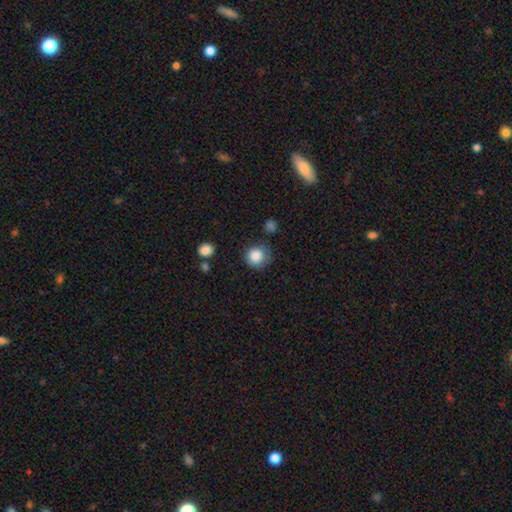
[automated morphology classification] Smooth or featured: smooth — 85% (star or artifact — 10%)
How rounded: round — 90% (in between — 9%)
Merging: none — 71% (minor disturbance — 20%)